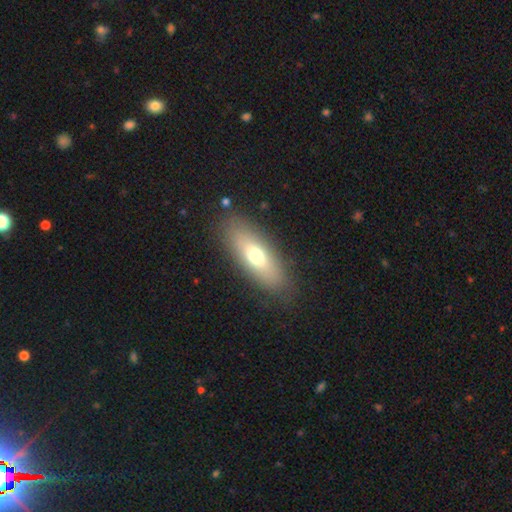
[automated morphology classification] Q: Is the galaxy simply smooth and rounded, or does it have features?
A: smooth — 66%.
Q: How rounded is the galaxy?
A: in between — 66%.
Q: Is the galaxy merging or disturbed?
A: none — 85%.